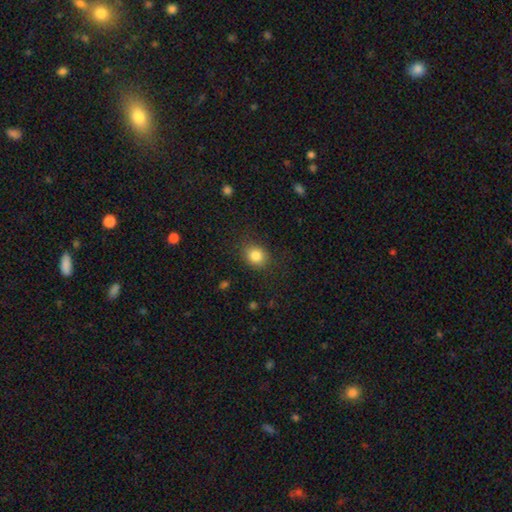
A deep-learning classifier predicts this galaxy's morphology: The model was most divided on "how rounded": round: 68%, in between: 31%, cigar-shaped: 1%. More confident: merging — none (85%); smooth or featured — smooth (84%).